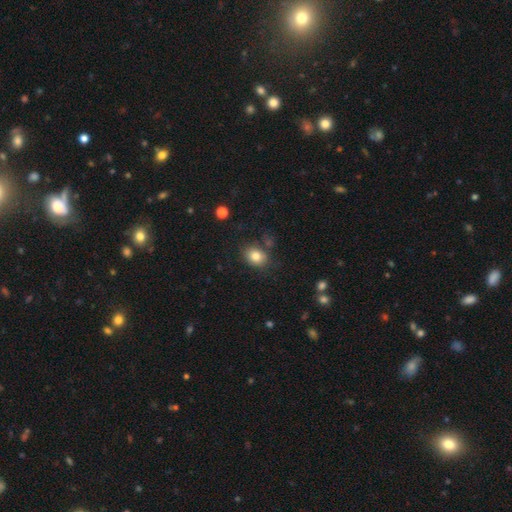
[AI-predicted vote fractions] smooth-or-featured: smooth: 82% | star or artifact: 10% | featured or disk: 8%
  how-rounded: in between: 56% | round: 44% | cigar-shaped: 1%
  merging: none: 75% | minor disturbance: 15% | merger: 6% | major disturbance: 5%